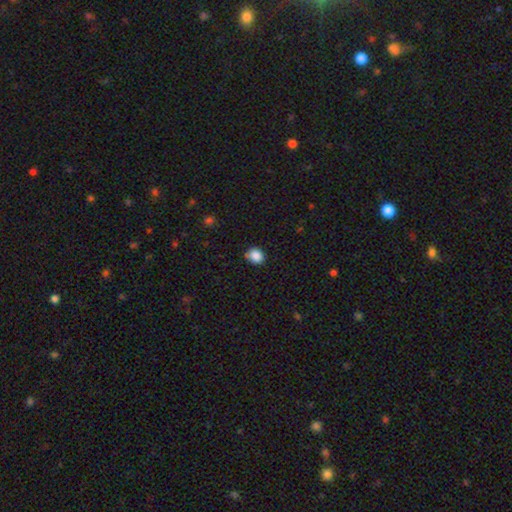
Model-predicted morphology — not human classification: A smooth galaxy with no disk features (86%) that is round (65%).

Vote fractions:
- Smooth or featured? smooth: 86% / star or artifact: 10% / featured or disk: 4%
- How rounded? round: 65% / in between: 34% / cigar-shaped: 1%
- Merging? none: 76% / minor disturbance: 18% / major disturbance: 3% / merger: 3%